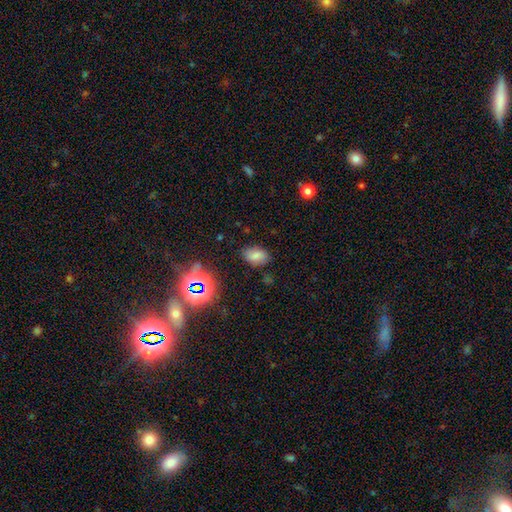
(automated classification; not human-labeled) A smooth galaxy with no disk features (73%) that is in between round and cigar-shaped (87%). Merging: none (80%).